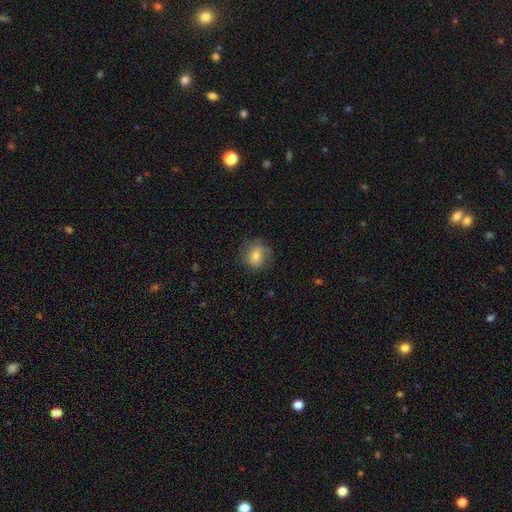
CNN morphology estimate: Overall: smooth (71%). How rounded: round (75%). Merging: none (76%).